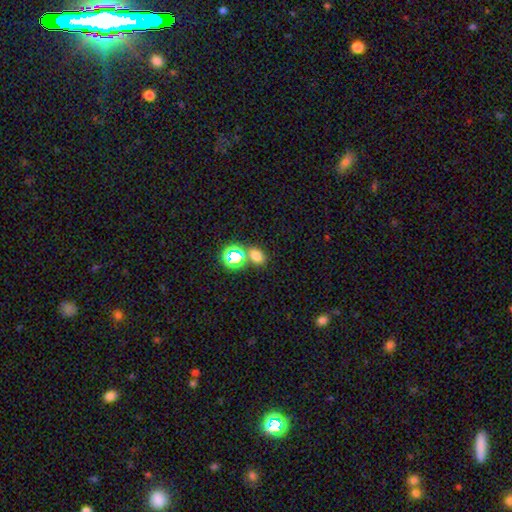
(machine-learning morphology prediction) This appears to be a smooth galaxy with no disk features (70%) that is in between round and cigar-shaped (61%). Merging: none (66%).